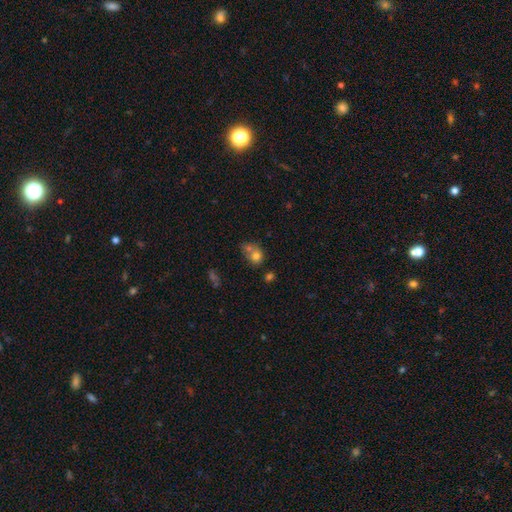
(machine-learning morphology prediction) This is likely a smooth galaxy (71%). How rounded: likely round (64%). Merging: possibly merger (52%).